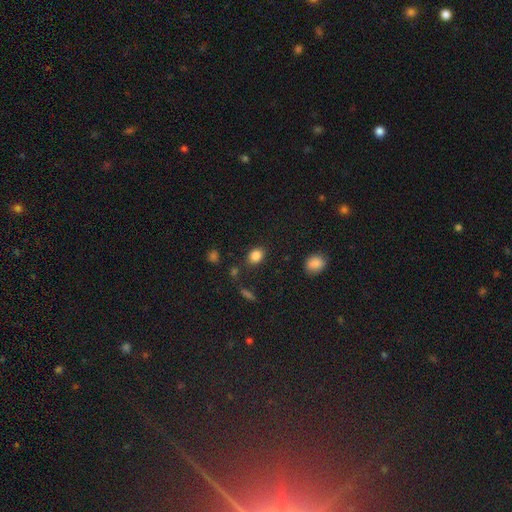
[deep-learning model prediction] smooth-or-featured: smooth: 85% | star or artifact: 10% | featured or disk: 5%
  how-rounded: in between: 52% | round: 46% | cigar-shaped: 1%
  merging: none: 80% | minor disturbance: 12% | merger: 4% | major disturbance: 4%